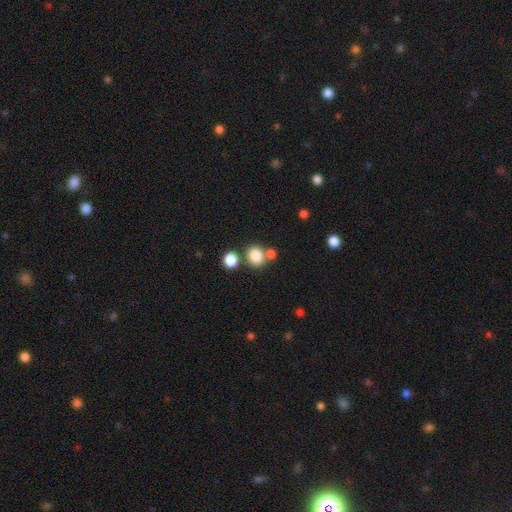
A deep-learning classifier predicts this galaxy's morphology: Smooth or featured?
  - smooth: 82% *
  - star or artifact: 11%
  - featured or disk: 6%
How rounded?
  - round: 69% *
  - in between: 30%
  - cigar-shaped: 1%
Merging?
  - none: 60% *
  - merger: 27%
  - minor disturbance: 9%
  - major disturbance: 4%